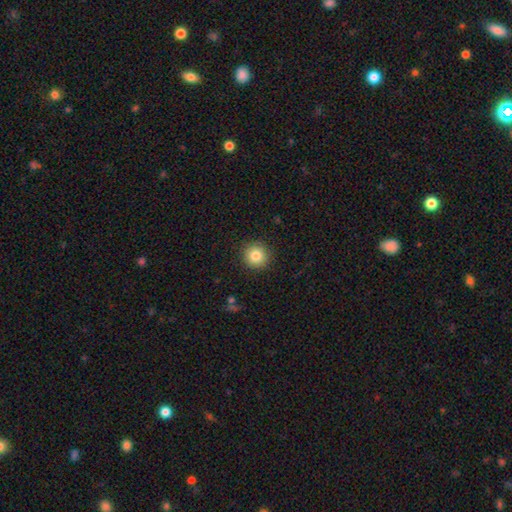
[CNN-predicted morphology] Q: Smooth or featured?
A: smooth (83%); runner-up: star or artifact (10%)
Q: How rounded?
A: round (95%); runner-up: in between (4%)
Q: Merging?
A: none (91%); runner-up: minor disturbance (6%)